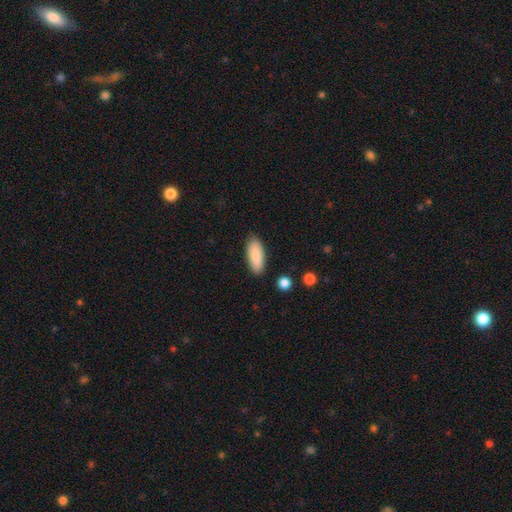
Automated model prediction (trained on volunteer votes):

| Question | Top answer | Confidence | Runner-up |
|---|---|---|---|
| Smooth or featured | smooth | 86% | featured or disk (8%) |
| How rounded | in between | 78% | cigar-shaped (21%) |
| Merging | none | 86% | minor disturbance (10%) |